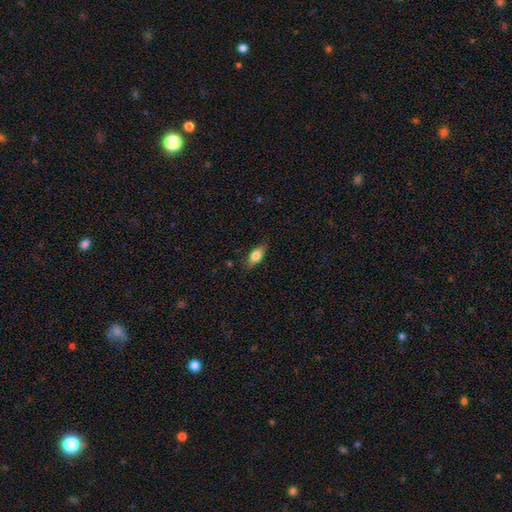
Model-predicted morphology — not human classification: A smooth galaxy with no disk features (79%) that is in between round and cigar-shaped (84%). Merging: none (82%).